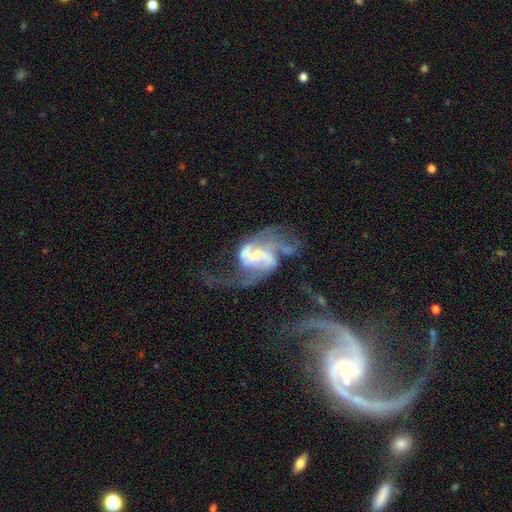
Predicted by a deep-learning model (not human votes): Smooth or featured? Predicted: featured or disk (p=0.81). Edge-on disk? Predicted: no (p=0.98). Bar? Predicted: no (p=0.44). Spiral arms? Predicted: yes (p=0.86). Spiral winding? Predicted: loose (p=0.54). Spiral arm count? Predicted: 2 (p=0.50). Bulge size? Predicted: none (p=0.41). Merging? Predicted: major disturbance (p=0.48).